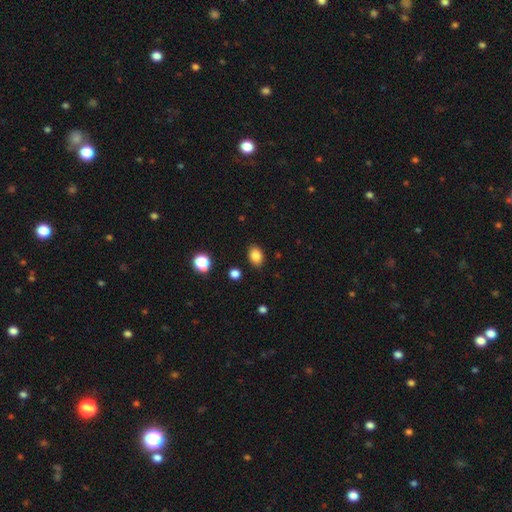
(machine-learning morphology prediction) smooth 85%, star or artifact 10%, featured or disk 5%. Down the decision tree: how rounded — in between (74%); merging — none (84%).